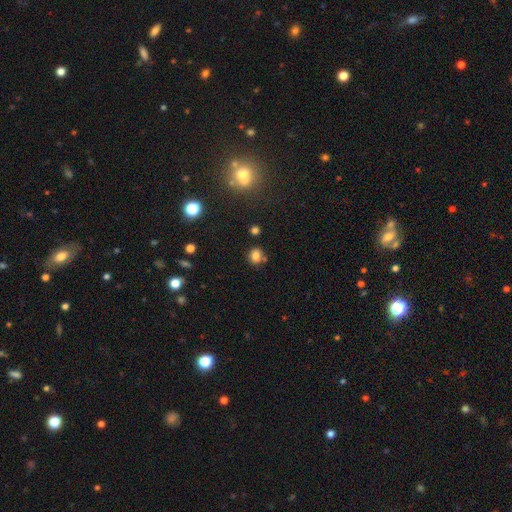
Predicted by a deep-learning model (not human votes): A smooth galaxy with no disk features (77%) that is round (64%).

Vote fractions:
- Smooth or featured? smooth: 77% / star or artifact: 15% / featured or disk: 8%
- How rounded? round: 64% / in between: 35% / cigar-shaped: 1%
- Merging? none: 68% / merger: 15% / minor disturbance: 13% / major disturbance: 4%